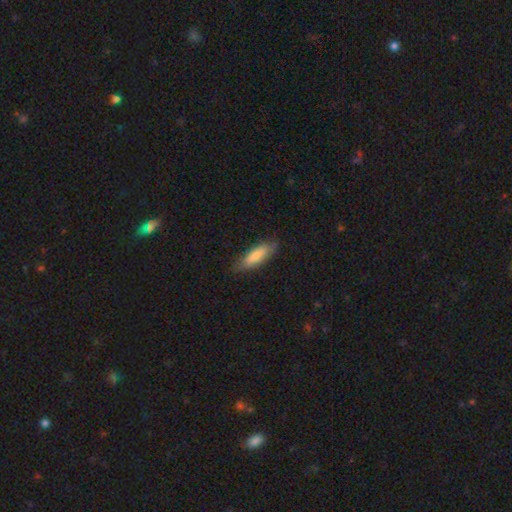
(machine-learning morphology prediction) Smooth or featured?
  - smooth: 78% *
  - featured or disk: 17%
  - star or artifact: 6%
How rounded?
  - cigar-shaped: 54% *
  - in between: 44%
  - round: 2%
Merging?
  - none: 81% *
  - minor disturbance: 15%
  - major disturbance: 3%
  - merger: 1%